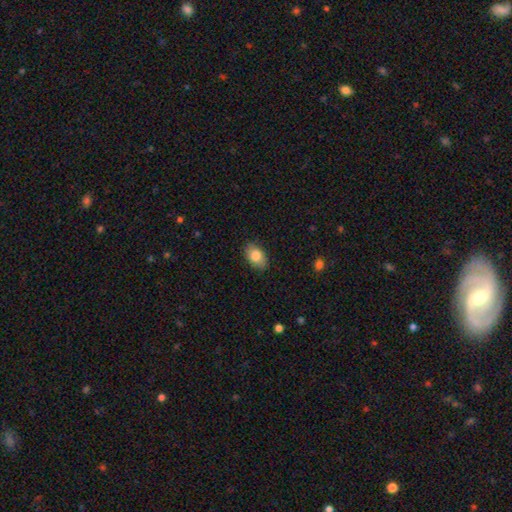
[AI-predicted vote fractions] Smooth or featured: smooth — 84% (featured or disk — 9%)
How rounded: in between — 89% (round — 10%)
Merging: none — 85% (minor disturbance — 11%)